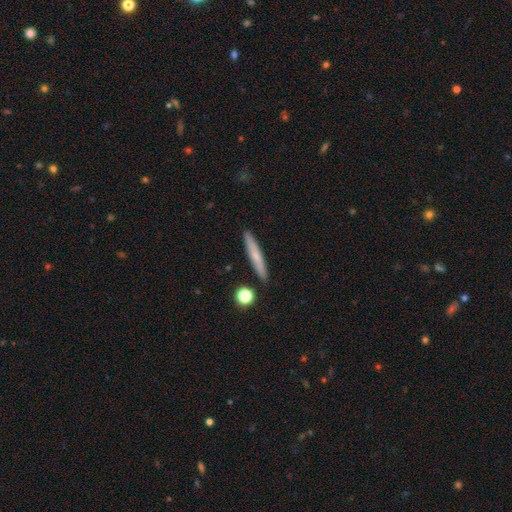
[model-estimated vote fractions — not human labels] A smooth galaxy with no disk features (63%) that is cigar-shaped (93%).

Vote fractions:
- Smooth or featured? smooth: 63% / featured or disk: 30% / star or artifact: 7%
- How rounded? cigar-shaped: 93% / in between: 5% / round: 2%
- Merging? none: 89% / minor disturbance: 7% / merger: 2% / major disturbance: 2%